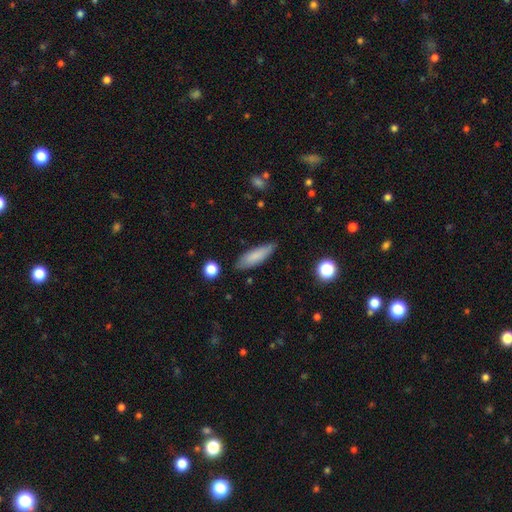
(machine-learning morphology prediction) Smooth or featured? smooth (79%)
How rounded? cigar-shaped (55%)
Merging? none (78%)